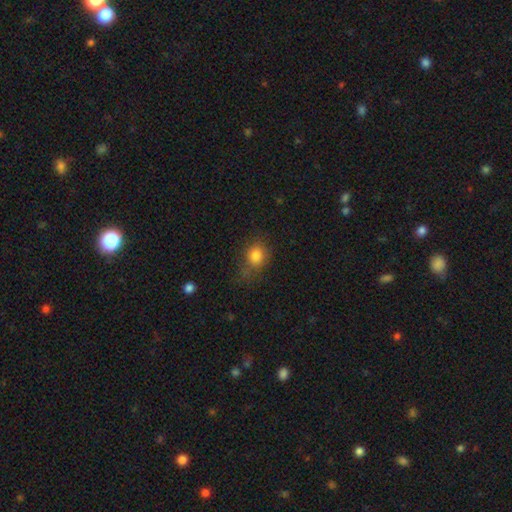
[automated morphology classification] The model was most divided on "how rounded": round: 61%, in between: 37%, cigar-shaped: 1%. More confident: smooth or featured — smooth (81%); merging — none (58%).